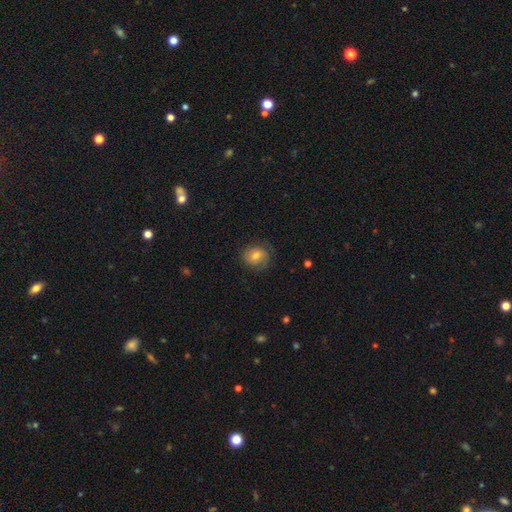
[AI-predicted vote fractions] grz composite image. It shows a smooth galaxy with no disk features (60%) that is round (75%). Merging: none (74%).